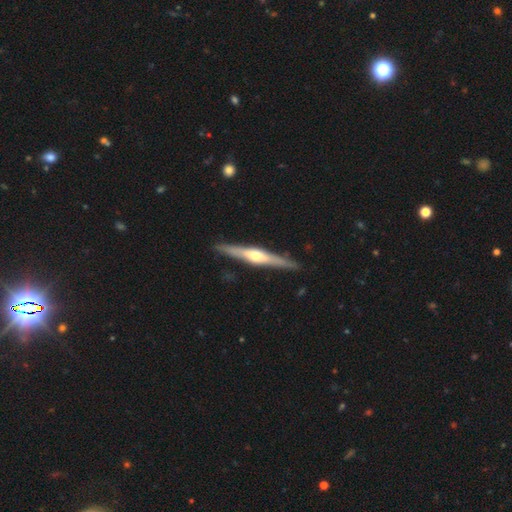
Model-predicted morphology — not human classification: Smooth or featured? Predicted: featured or disk (p=0.74). Edge-on disk? Predicted: yes (p=0.97). Edge-on bulge? Predicted: rounded (p=0.87). Merging? Predicted: none (p=0.90).